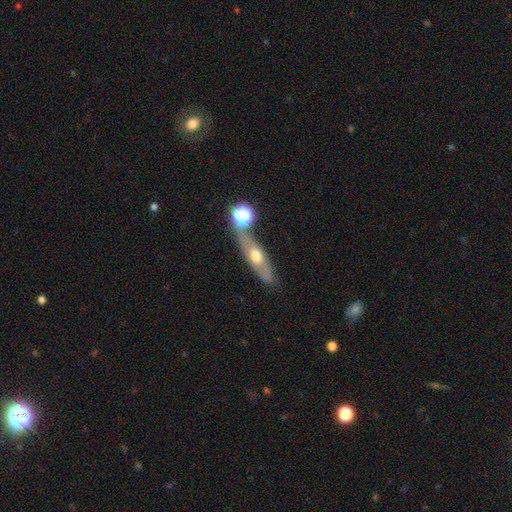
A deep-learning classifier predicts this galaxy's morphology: A featured or disk galaxy (48%). Merging: none (66%).